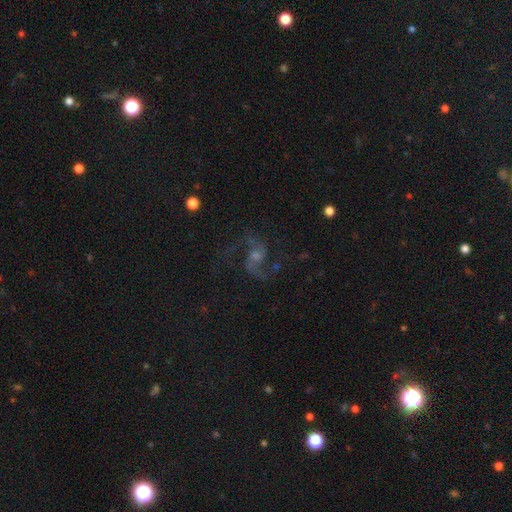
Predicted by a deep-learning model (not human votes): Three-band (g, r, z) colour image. It shows a featured or disk galaxy (83%) with no bar (50%), 2 (91%) loose (54%) spiral arms (96%) and a small central bulge (46%). Merging: none (73%).